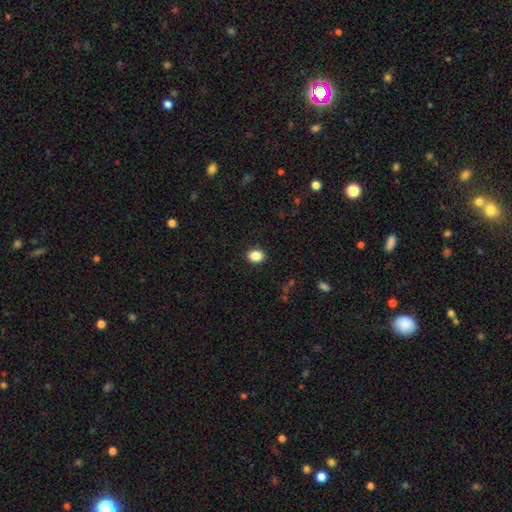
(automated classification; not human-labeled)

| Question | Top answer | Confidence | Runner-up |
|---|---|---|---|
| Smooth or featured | smooth | 87% | star or artifact (9%) |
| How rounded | in between | 58% | round (41%) |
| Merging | none | 89% | minor disturbance (8%) |